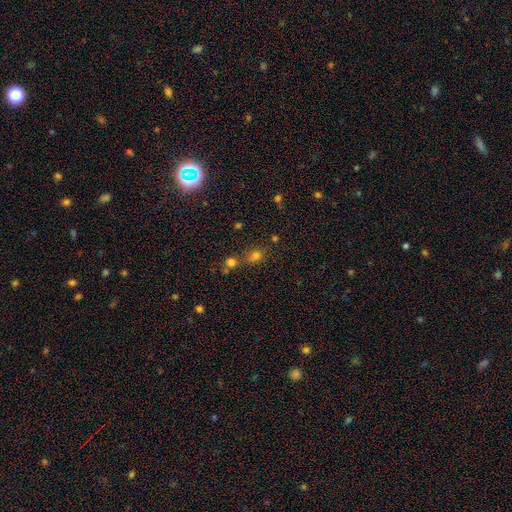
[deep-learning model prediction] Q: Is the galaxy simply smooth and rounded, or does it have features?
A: smooth — 72%.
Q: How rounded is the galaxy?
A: round — 55%.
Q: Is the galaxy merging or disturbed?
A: none — 58%.